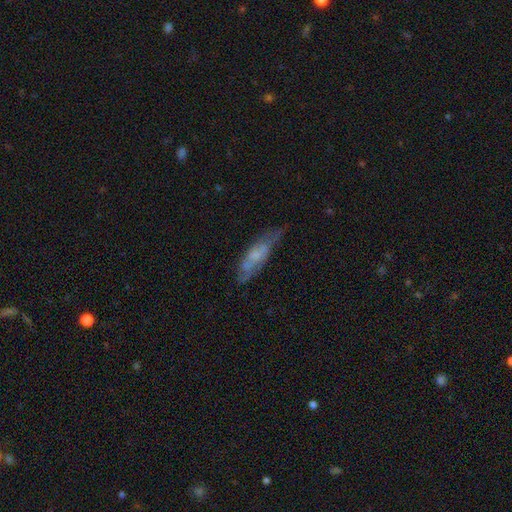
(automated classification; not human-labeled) Smooth or featured: featured or disk — 50% (smooth — 41%)
Edge-on disk: no — 69% (yes — 31%)
Merging: none — 52% (minor disturbance — 30%)